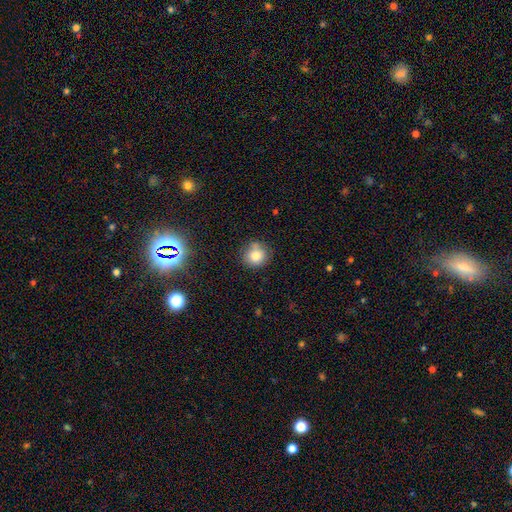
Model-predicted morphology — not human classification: The model was most divided on "merging": none: 73%, minor disturbance: 16%, merger: 8%, major disturbance: 4%. More confident: how rounded — round (86%); smooth or featured — smooth (81%).